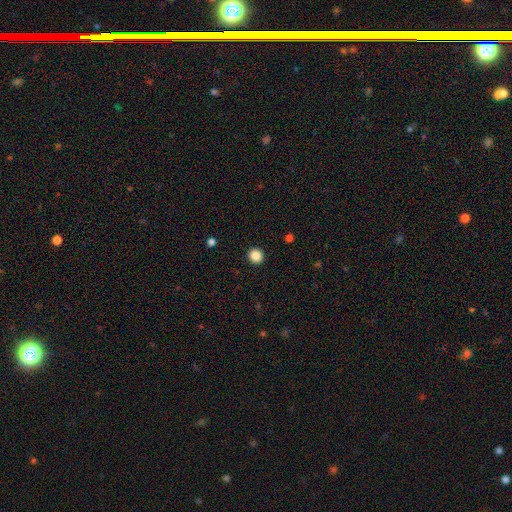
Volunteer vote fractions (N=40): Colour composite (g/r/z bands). It shows a smooth galaxy with no disk features (88%) that is round (100%). Merging: none (97%).